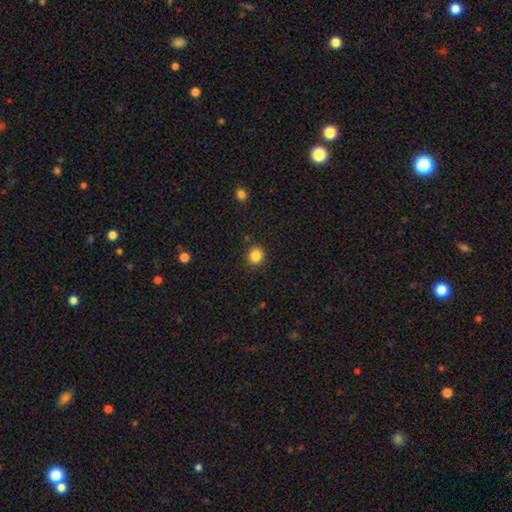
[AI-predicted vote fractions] Smooth or featured: smooth — 85% (star or artifact — 11%)
How rounded: round — 88% (in between — 11%)
Merging: none — 89% (minor disturbance — 7%)